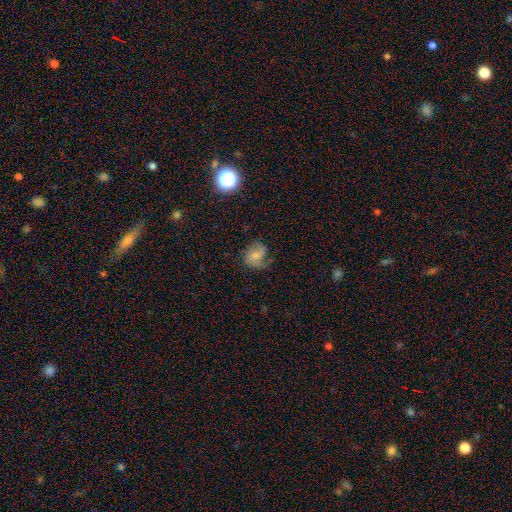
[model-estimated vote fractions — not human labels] This appears to be a featured or disk galaxy (45%). Merging: none (48%).